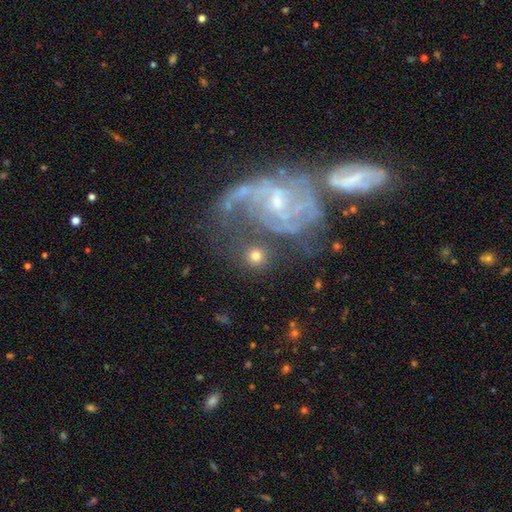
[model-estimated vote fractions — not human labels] A smooth galaxy with no disk features (66%) that is round (90%). Merging: none (77%).